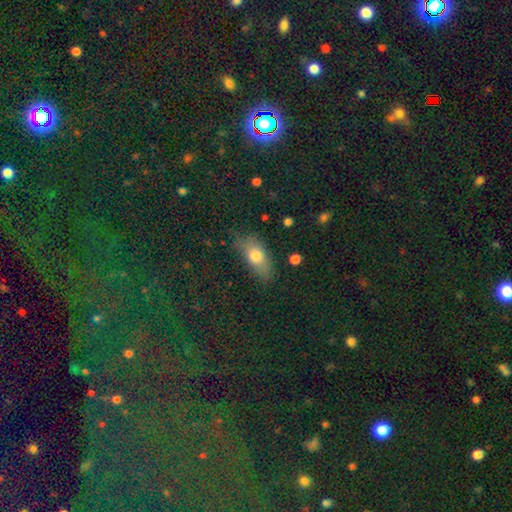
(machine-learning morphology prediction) Smooth or featured? Predicted: smooth (p=0.73). How rounded? Predicted: in between (p=0.77). Merging? Predicted: none (p=0.67).